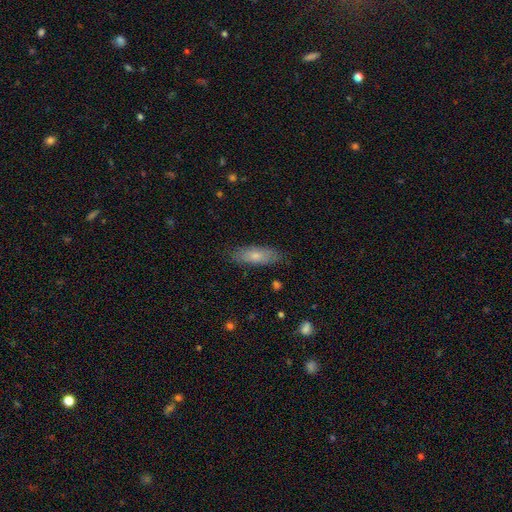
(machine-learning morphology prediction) A smooth galaxy with no disk features (72%) that is in between round and cigar-shaped (60%).

Vote fractions:
- Smooth or featured? smooth: 72% / featured or disk: 22% / star or artifact: 6%
- How rounded? in between: 60% / cigar-shaped: 38% / round: 2%
- Merging? none: 82% / minor disturbance: 14% / major disturbance: 3% / merger: 1%